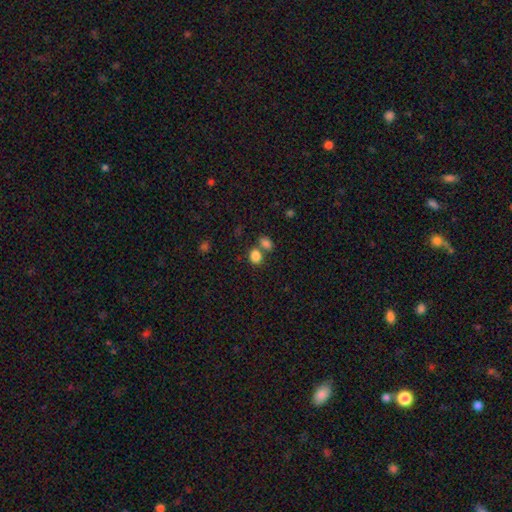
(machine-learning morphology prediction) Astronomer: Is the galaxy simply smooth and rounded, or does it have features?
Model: smooth — 84%.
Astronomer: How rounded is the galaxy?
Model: round — 51% (runner-up: in between, 48%).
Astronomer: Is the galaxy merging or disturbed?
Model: none — 52% (runner-up: merger, 35%).